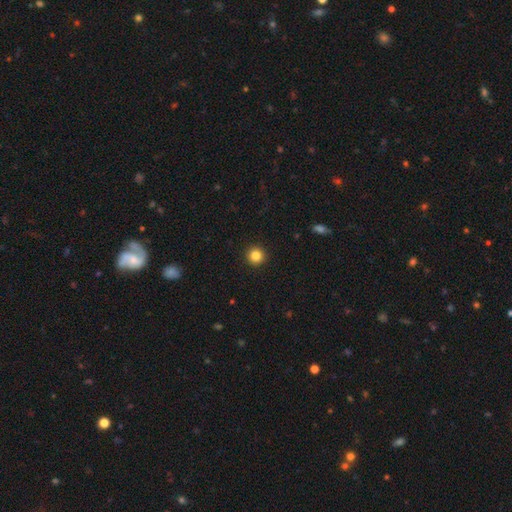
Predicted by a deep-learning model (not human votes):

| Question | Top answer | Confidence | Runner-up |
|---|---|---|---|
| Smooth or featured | smooth | 84% | star or artifact (11%) |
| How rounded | round | 96% | in between (3%) |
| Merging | none | 93% | minor disturbance (4%) |